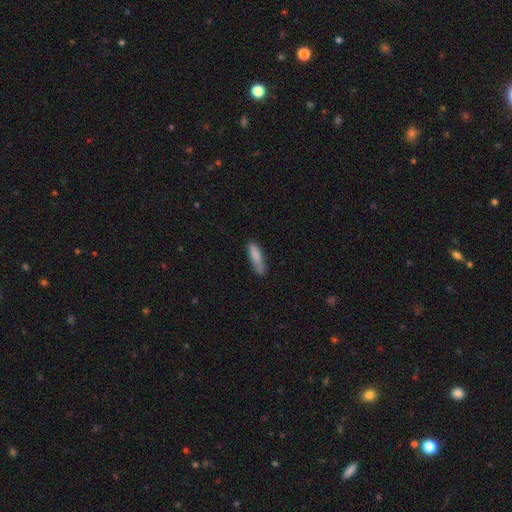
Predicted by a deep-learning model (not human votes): Smooth or featured? Predicted: smooth (p=0.85). How rounded? Predicted: cigar-shaped (p=0.69). Merging? Predicted: none (p=0.72).